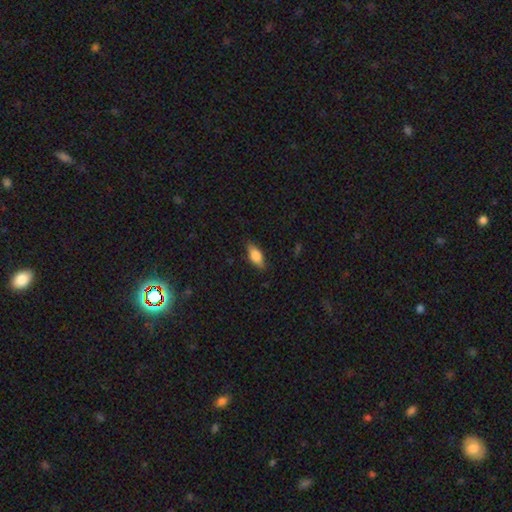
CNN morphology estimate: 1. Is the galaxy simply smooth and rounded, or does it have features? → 76% smooth, 17% featured or disk, 7% star or artifact.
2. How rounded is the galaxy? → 80% in between, 17% cigar-shaped, 3% round.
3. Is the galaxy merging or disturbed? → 83% none, 13% minor disturbance, 3% major disturbance, 1% merger.